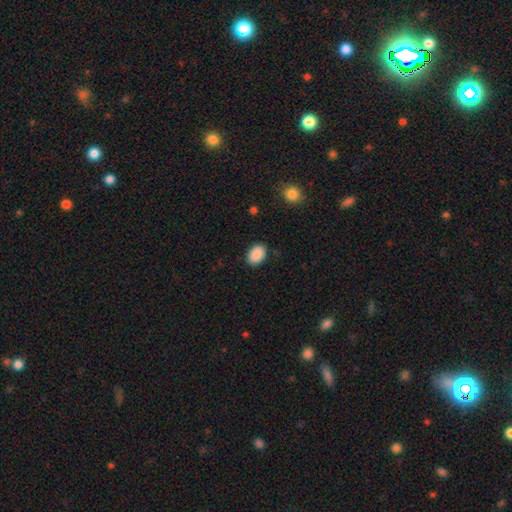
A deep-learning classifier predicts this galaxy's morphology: A smooth galaxy with no disk features (90%) that is in between round and cigar-shaped (81%). Merging: none (88%).